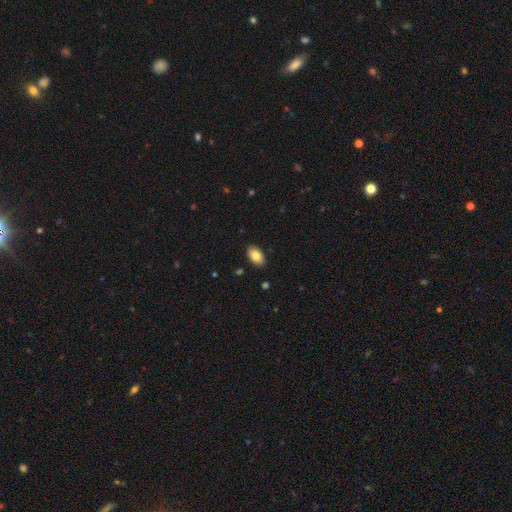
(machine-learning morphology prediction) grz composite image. It shows a smooth galaxy with no disk features (84%) that is in between round and cigar-shaped (93%). Merging: none (88%).